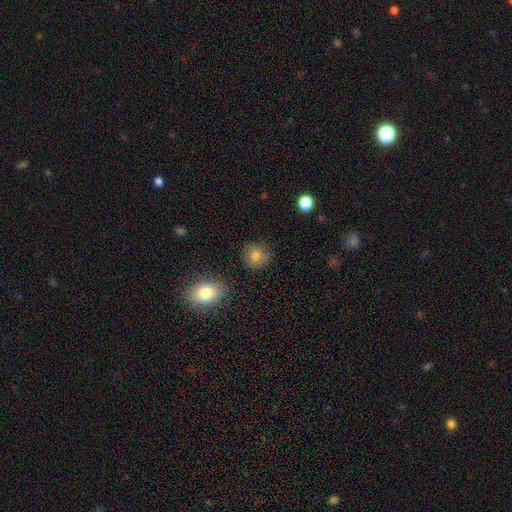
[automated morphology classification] This appears to be a smooth galaxy with no disk features (81%) that is round (87%). Merging: none (85%).